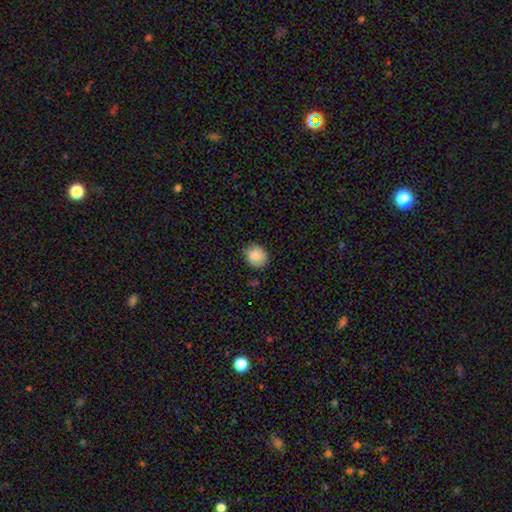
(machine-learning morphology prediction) type=smooth (87%); roundness=round (80%); merging=none (79%).